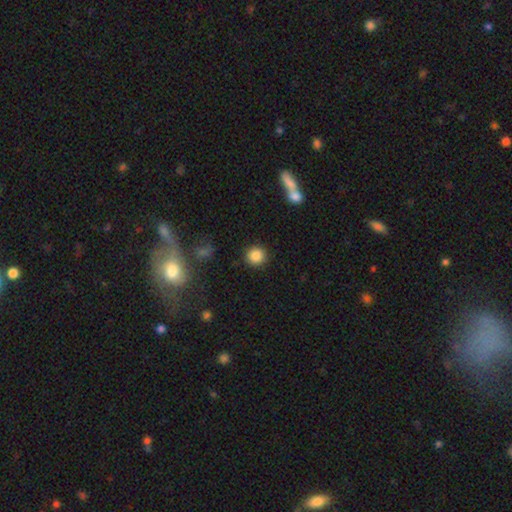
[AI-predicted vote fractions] A smooth galaxy with no disk features (85%) that is round (92%). Merging: none (90%).